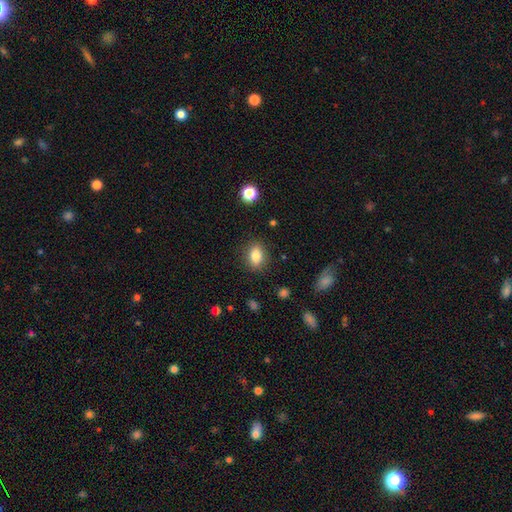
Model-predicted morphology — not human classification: Smooth or featured?
  - smooth: 82% *
  - star or artifact: 9%
  - featured or disk: 9%
How rounded?
  - in between: 75% *
  - round: 24%
  - cigar-shaped: 2%
Merging?
  - none: 85% *
  - minor disturbance: 10%
  - major disturbance: 3%
  - merger: 1%